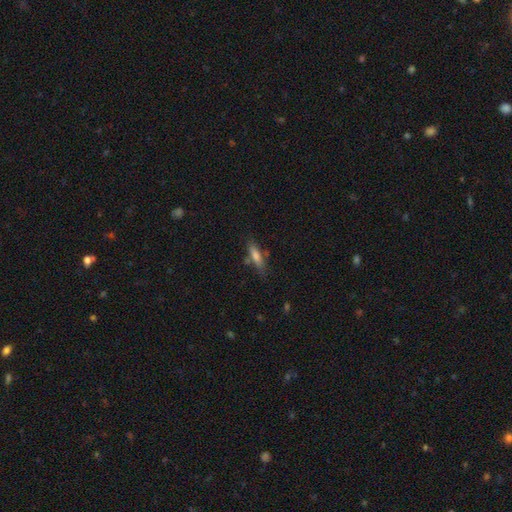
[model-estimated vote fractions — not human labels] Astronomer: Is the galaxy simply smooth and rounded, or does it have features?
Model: smooth — 57%.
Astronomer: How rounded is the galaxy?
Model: cigar-shaped — 70%.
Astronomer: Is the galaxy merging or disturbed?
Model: none — 76%.